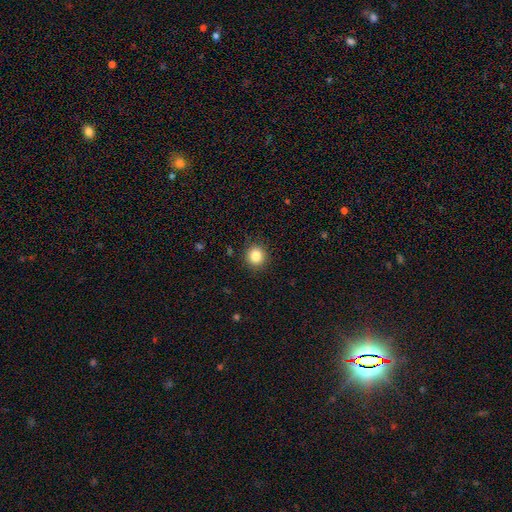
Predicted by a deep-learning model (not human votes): Smooth or featured? smooth (84%)
How rounded? round (90%)
Merging? none (90%)